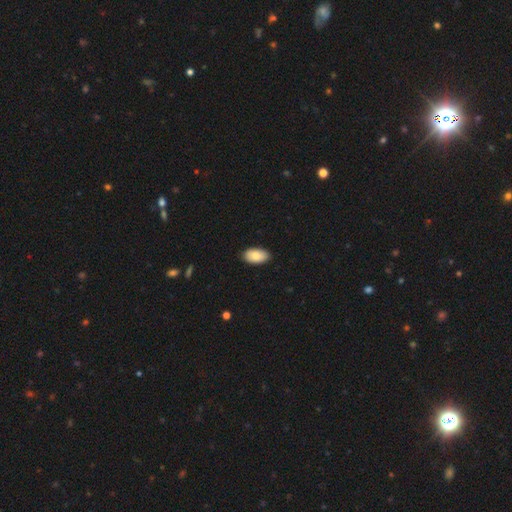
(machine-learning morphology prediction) Smooth or featured?
  - smooth: 84% *
  - featured or disk: 9%
  - star or artifact: 6%
How rounded?
  - in between: 95% *
  - round: 3%
  - cigar-shaped: 2%
Merging?
  - none: 88% *
  - minor disturbance: 9%
  - major disturbance: 2%
  - merger: 1%